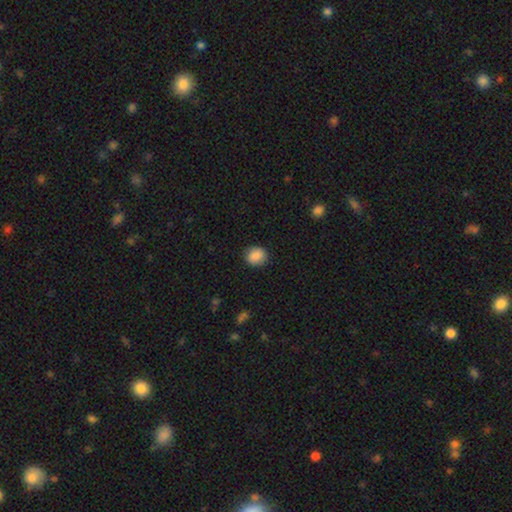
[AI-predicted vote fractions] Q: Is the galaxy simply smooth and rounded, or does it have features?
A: smooth — 88%.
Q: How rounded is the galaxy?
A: round — 74%.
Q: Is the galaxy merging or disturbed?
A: none — 87%.